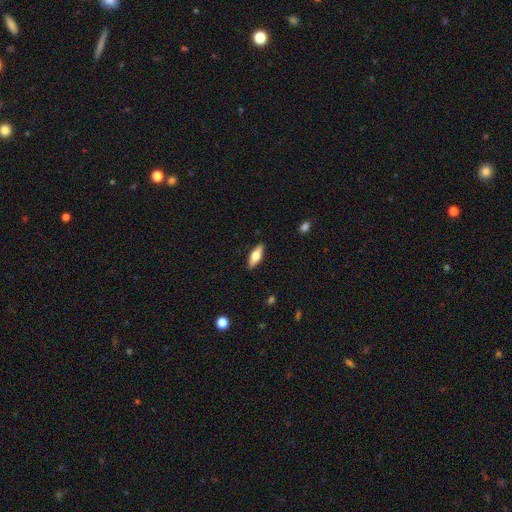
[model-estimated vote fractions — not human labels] smooth 64%, featured or disk 30%, star or artifact 6%. Down the decision tree: how rounded — in between (67%); merging — none (89%).